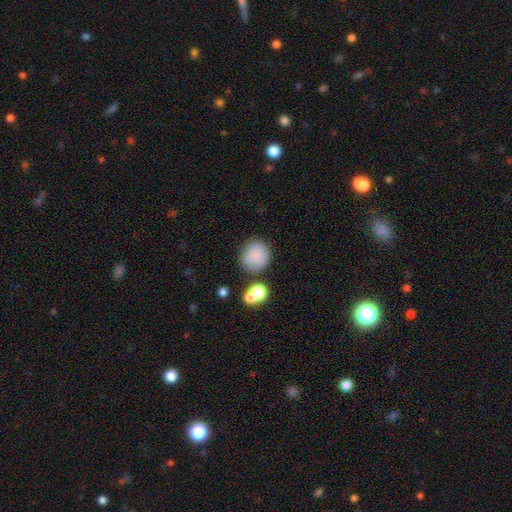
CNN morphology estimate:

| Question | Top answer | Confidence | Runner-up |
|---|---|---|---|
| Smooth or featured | smooth | 79% | featured or disk (11%) |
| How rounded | round | 88% | in between (11%) |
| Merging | none | 69% | minor disturbance (15%) |